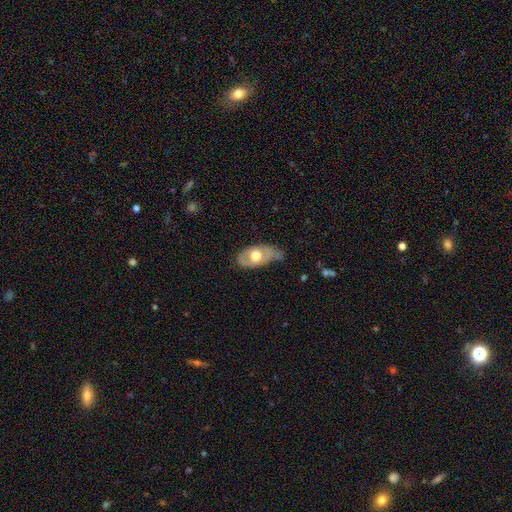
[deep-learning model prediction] This is possibly a smooth galaxy (51%). How rounded: clearly in between (90%). Merging: possibly none (51%).